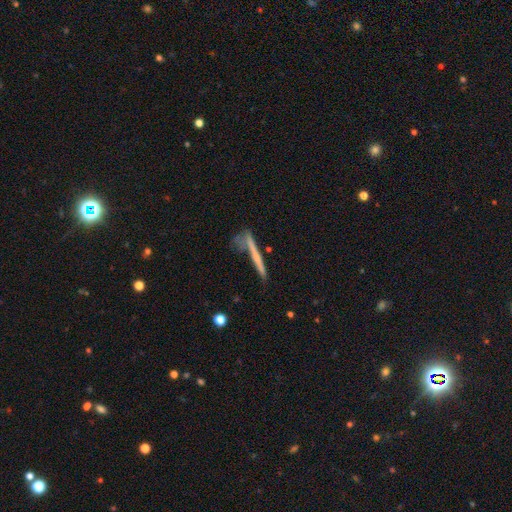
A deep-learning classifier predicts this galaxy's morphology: Overall: smooth (51%; featured or disk 42%). How rounded: cigar-shaped (95%). Merging: none (68%).